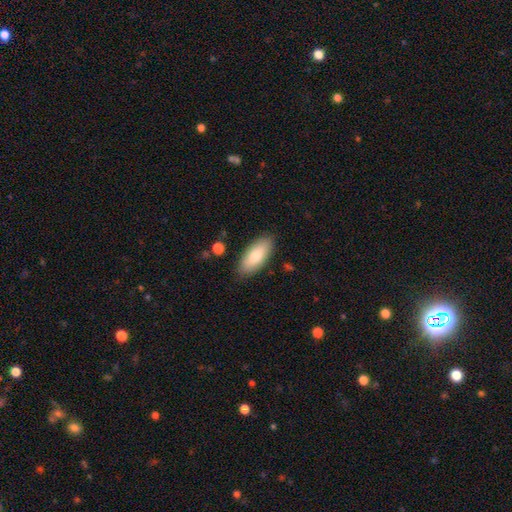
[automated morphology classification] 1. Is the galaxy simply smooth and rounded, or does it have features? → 77% smooth, 17% featured or disk, 6% star or artifact.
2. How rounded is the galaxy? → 84% in between, 14% cigar-shaped, 2% round.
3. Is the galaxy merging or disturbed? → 86% none, 10% minor disturbance, 2% major disturbance, 2% merger.